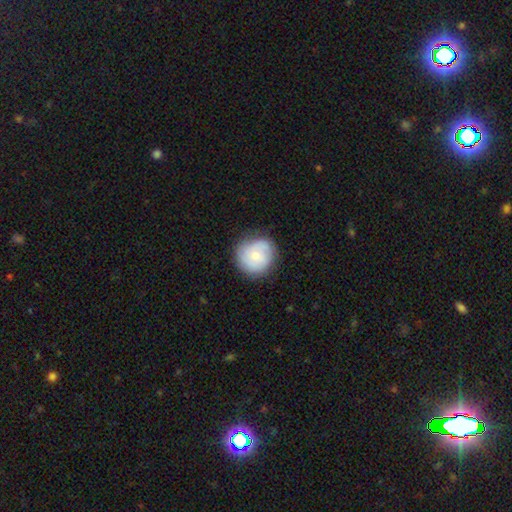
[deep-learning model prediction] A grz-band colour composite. It shows a smooth galaxy with no disk features (59%) that is round (87%). Merging: none (72%).